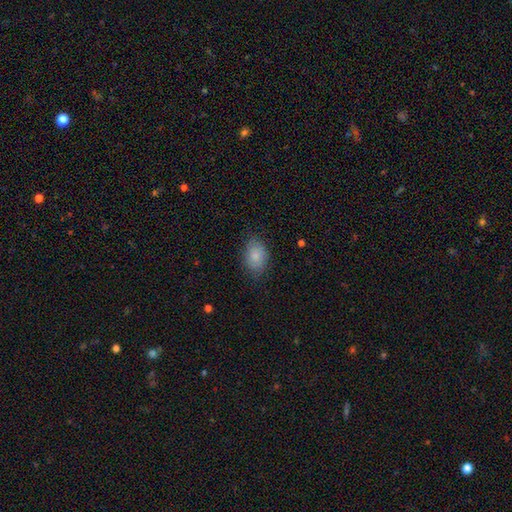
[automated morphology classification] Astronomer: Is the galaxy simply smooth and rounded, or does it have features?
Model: smooth — 84%.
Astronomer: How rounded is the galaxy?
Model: in between — 82%.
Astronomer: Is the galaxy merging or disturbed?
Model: none — 77%.